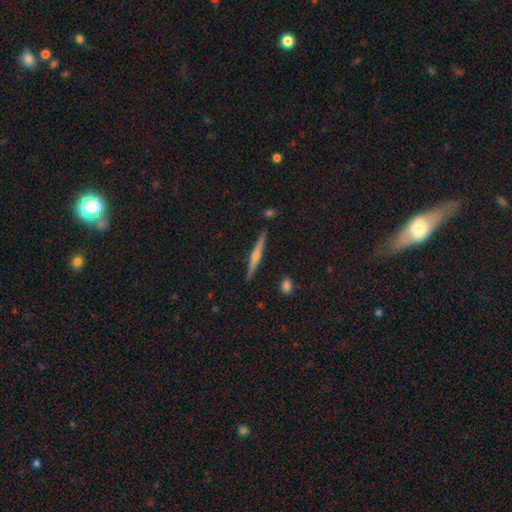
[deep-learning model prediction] This appears to be a featured or disk galaxy (72%) viewed edge-on (98%) with a rounded central bulge (80%). Merging: none (91%).